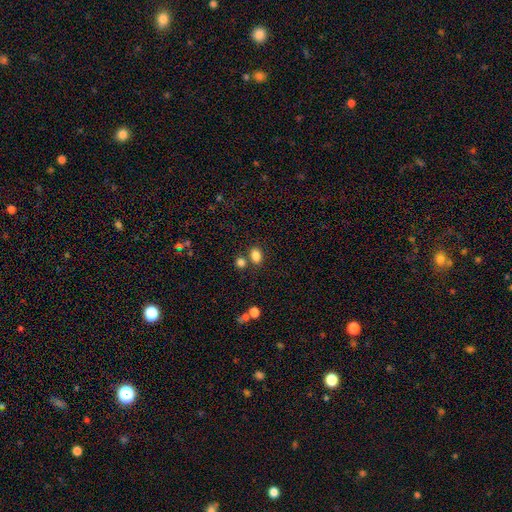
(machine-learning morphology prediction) Smooth or featured? smooth (83%)
How rounded? in between (72%)
Merging? none (67%)